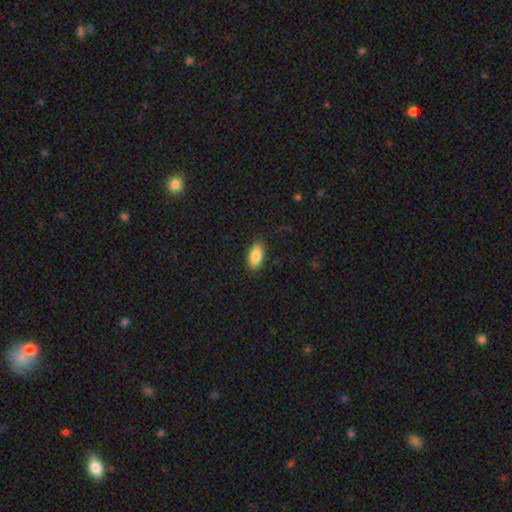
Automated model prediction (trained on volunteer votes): Smooth or featured? smooth (87%)
How rounded? in between (91%)
Merging? none (88%)